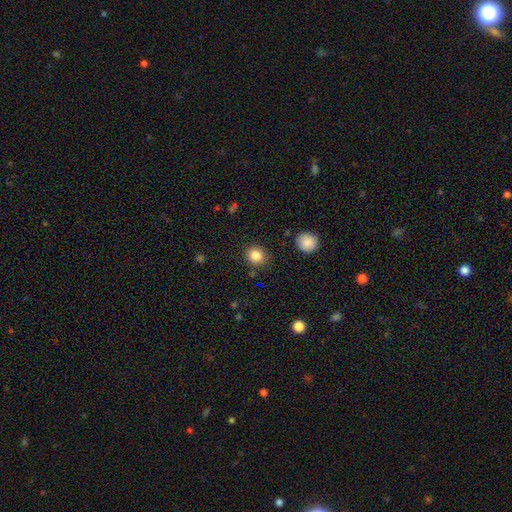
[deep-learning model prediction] Smooth or featured: smooth — 85% (star or artifact — 10%)
How rounded: round — 84% (in between — 15%)
Merging: none — 87% (minor disturbance — 8%)